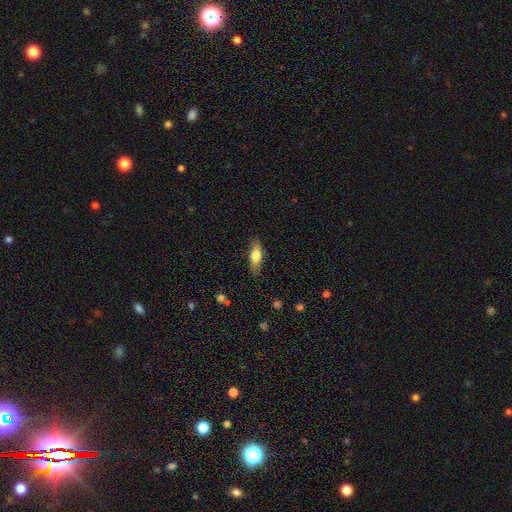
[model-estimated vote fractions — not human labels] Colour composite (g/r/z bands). It shows a smooth galaxy with no disk features (71%) that is in between round and cigar-shaped (61%). Merging: none (83%).